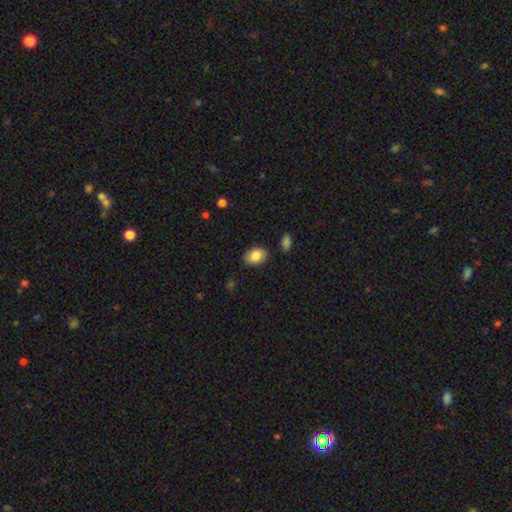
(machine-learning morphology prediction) Q: Smooth or featured?
A: smooth (84%); runner-up: featured or disk (9%)
Q: How rounded?
A: in between (84%); runner-up: round (15%)
Q: Merging?
A: none (85%); runner-up: minor disturbance (11%)